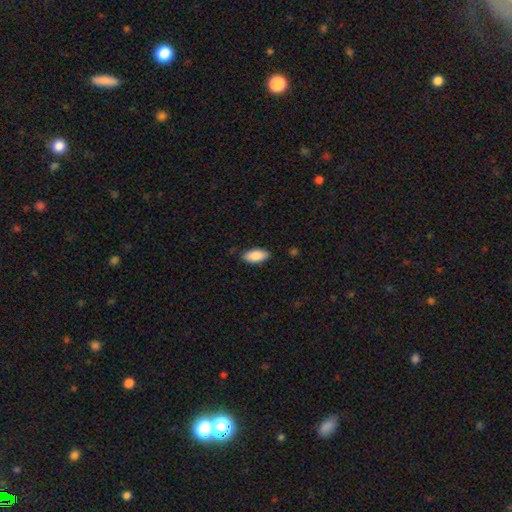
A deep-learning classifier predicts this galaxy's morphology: The model was most divided on "merging": none: 86%, minor disturbance: 11%, major disturbance: 2%, merger: 1%. More confident: how rounded — in between (91%); smooth or featured — smooth (88%).